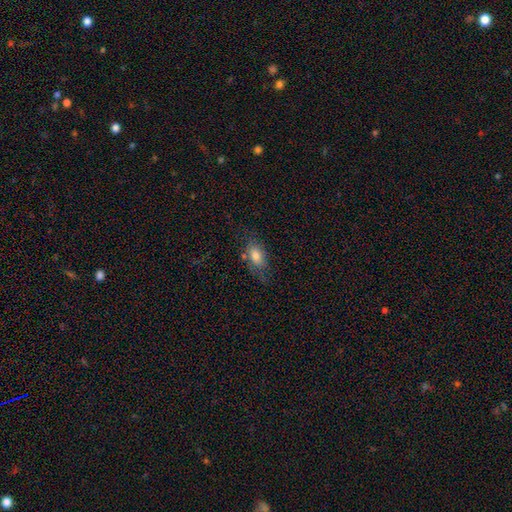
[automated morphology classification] Smooth or featured: smooth — 73% (featured or disk — 18%)
How rounded: in between — 85% (round — 9%)
Merging: none — 59% (minor disturbance — 25%)